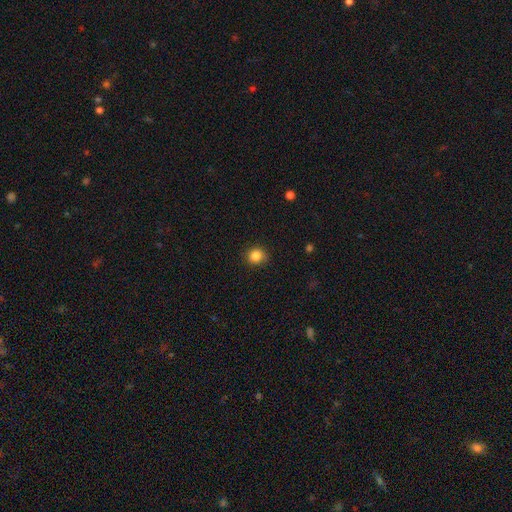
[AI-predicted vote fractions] Smooth or featured: smooth — 85% (star or artifact — 11%)
How rounded: round — 88% (in between — 11%)
Merging: none — 87% (minor disturbance — 10%)